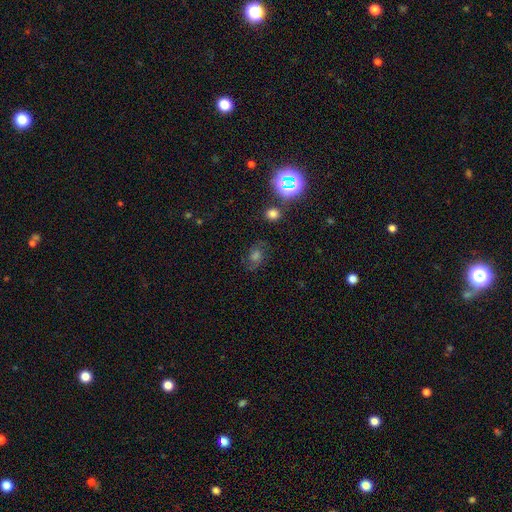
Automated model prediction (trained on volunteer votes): Smooth or featured: featured or disk — 35% (star or artifact — 34%)
Merging: none — 75% (minor disturbance — 15%)